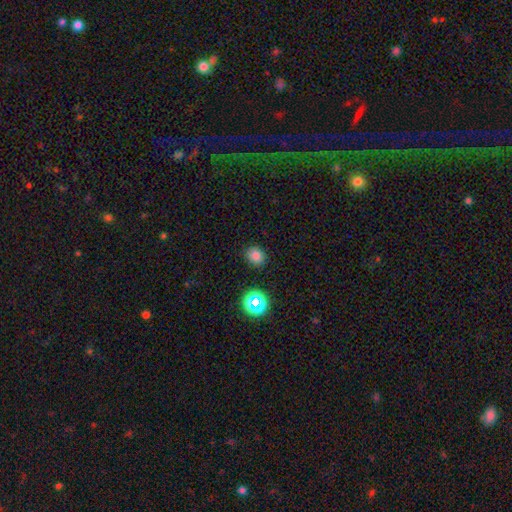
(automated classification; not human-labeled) smooth-or-featured: smooth: 77% | star or artifact: 17% | featured or disk: 6%
  how-rounded: round: 69% | in between: 30% | cigar-shaped: 1%
  merging: none: 87% | minor disturbance: 9% | major disturbance: 3% | merger: 2%